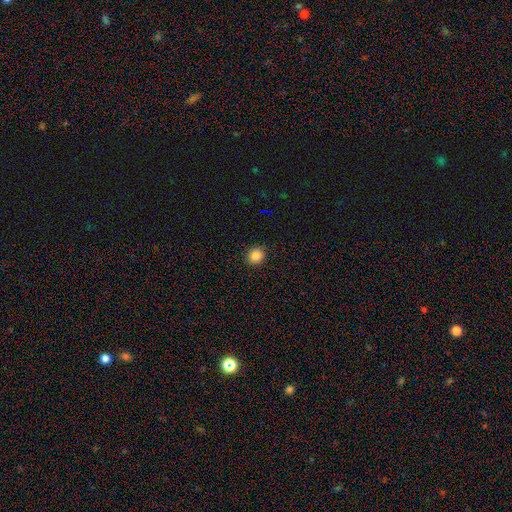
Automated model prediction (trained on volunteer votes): Morphology: type=smooth (84%); roundness=round (81%); merging=none (91%).